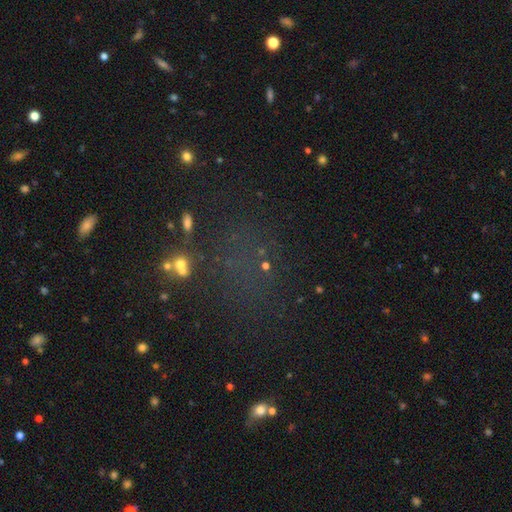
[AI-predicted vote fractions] star or artifact 59%, smooth 28%, featured or disk 13%.